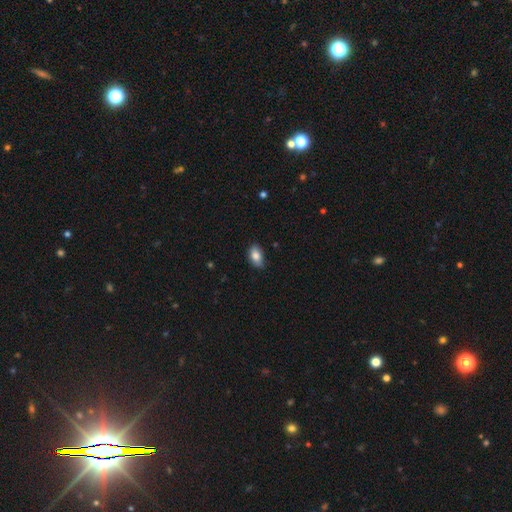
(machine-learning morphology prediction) type=smooth (84%); roundness=in between (90%); merging=none (78%).